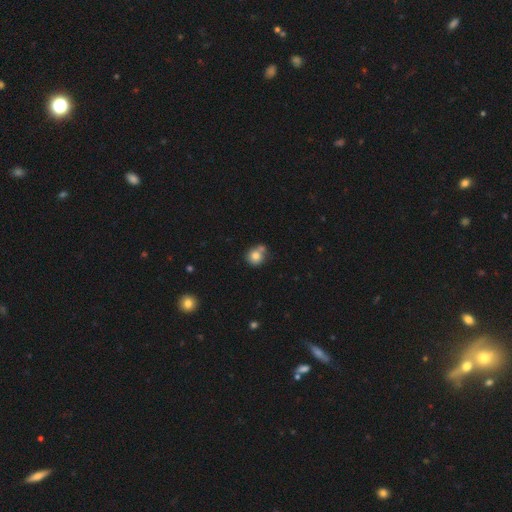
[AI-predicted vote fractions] Overall: smooth (80%). How rounded: round (84%). Merging: none (50%; merger 30%).